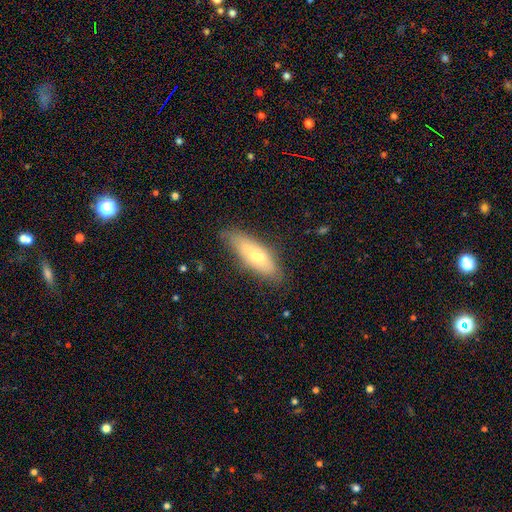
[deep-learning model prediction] smooth 64%, featured or disk 29%, star or artifact 7%. Down the decision tree: how rounded — in between (51%); merging — none (74%).